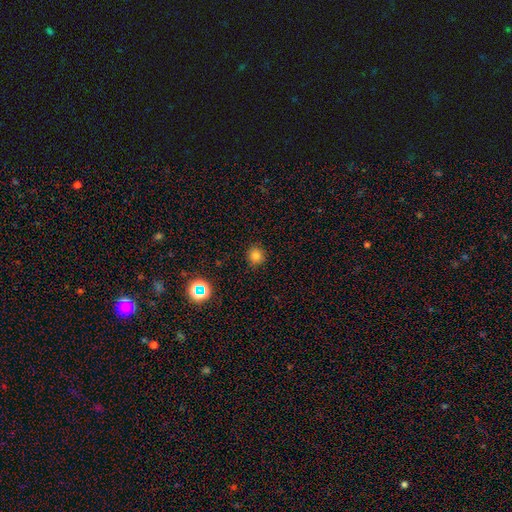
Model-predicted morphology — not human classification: Q: Smooth or featured?
A: smooth (78%); runner-up: star or artifact (16%)
Q: How rounded?
A: round (91%); runner-up: in between (8%)
Q: Merging?
A: none (90%); runner-up: minor disturbance (7%)